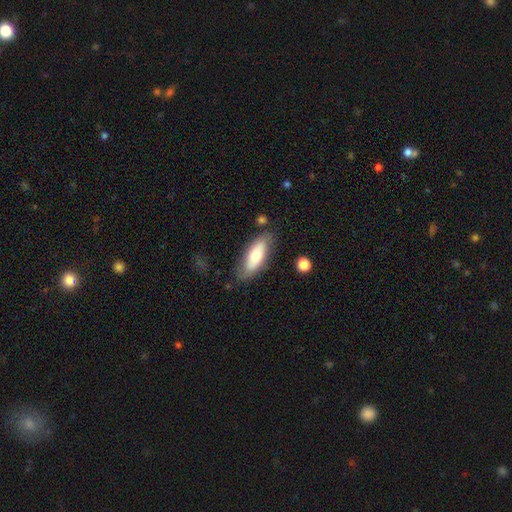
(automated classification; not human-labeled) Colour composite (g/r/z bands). It shows a smooth galaxy with no disk features (68%) that is in between round and cigar-shaped (71%). Merging: none (75%).